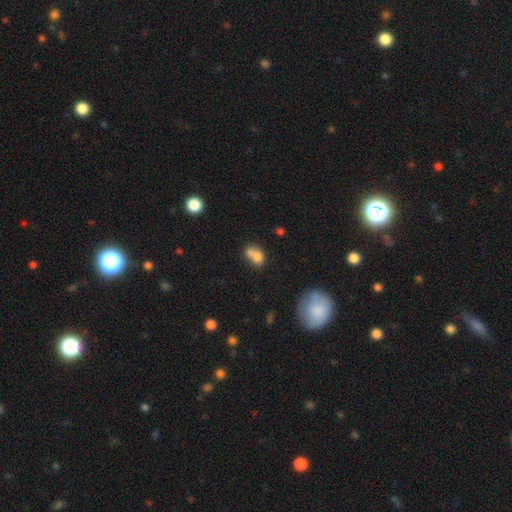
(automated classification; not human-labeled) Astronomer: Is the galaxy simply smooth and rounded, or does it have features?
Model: smooth — 73%.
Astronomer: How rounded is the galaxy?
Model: in between — 56% (runner-up: round, 42%).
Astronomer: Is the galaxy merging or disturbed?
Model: merger — 59%.